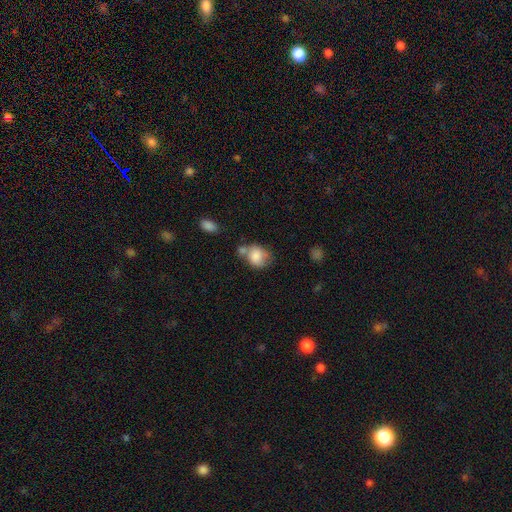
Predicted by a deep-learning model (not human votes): The model was most divided on "how rounded": round: 52%, in between: 47%, cigar-shaped: 1%. Remaining: smooth or featured — smooth (79%); merging — none (36%).